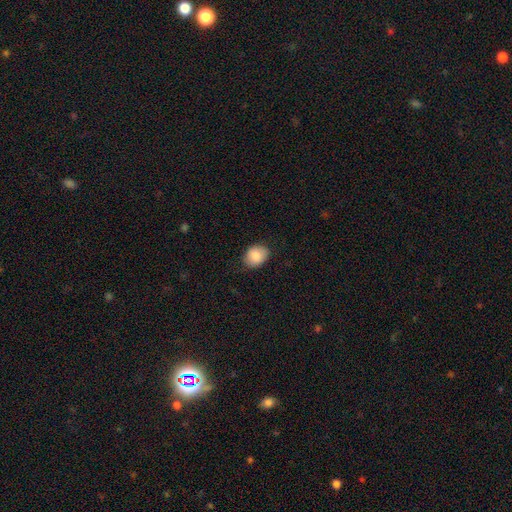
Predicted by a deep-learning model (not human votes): Morphology: type=smooth (85%); roundness=in between (63%); merging=none (80%).